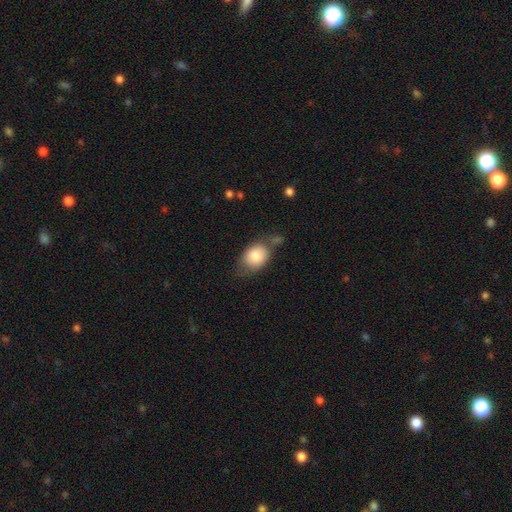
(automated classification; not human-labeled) Smooth or featured: smooth — 82% (featured or disk — 11%)
How rounded: in between — 70% (round — 28%)
Merging: none — 51% (minor disturbance — 27%)